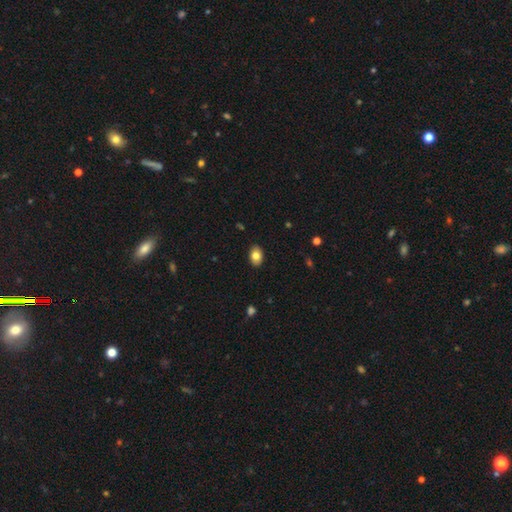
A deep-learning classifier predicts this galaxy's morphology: This appears to be a smooth galaxy with no disk features (81%) that is in between round and cigar-shaped (84%). Merging: none (88%).